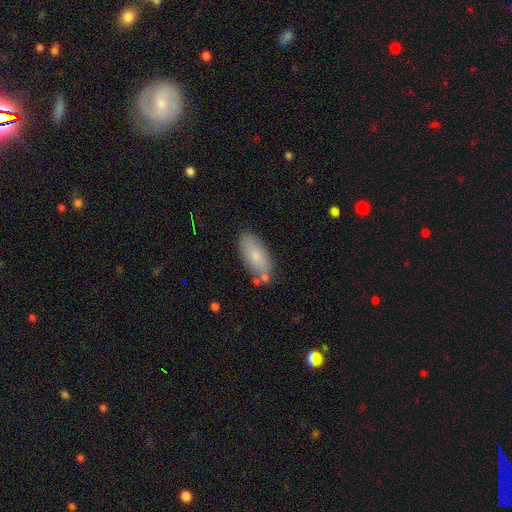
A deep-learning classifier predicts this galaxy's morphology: Smooth or featured: smooth — 77% (featured or disk — 16%)
How rounded: in between — 90% (cigar-shaped — 8%)
Merging: none — 76% (minor disturbance — 15%)